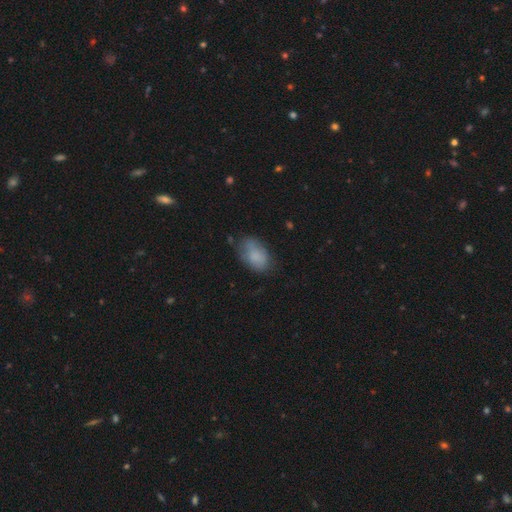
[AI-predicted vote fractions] smooth-or-featured: smooth: 80% | featured or disk: 12% | star or artifact: 8%
  how-rounded: in between: 90% | round: 9% | cigar-shaped: 2%
  merging: none: 57% | minor disturbance: 29% | major disturbance: 10% | merger: 3%